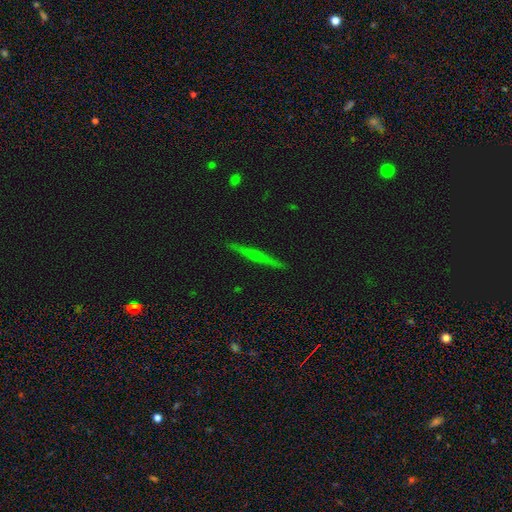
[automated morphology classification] Q: Smooth or featured?
A: featured or disk (58%); runner-up: smooth (32%)
Q: Edge-on disk?
A: yes (97%); runner-up: no (3%)
Q: Edge-on bulge?
A: none (55%); runner-up: rounded (35%)
Q: Merging?
A: none (91%); runner-up: minor disturbance (6%)